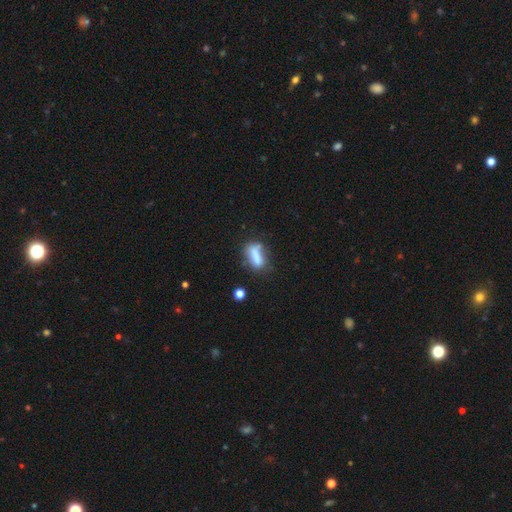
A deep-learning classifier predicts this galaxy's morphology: This is likely a smooth galaxy (71%). How rounded: likely in between (62%). Merging: possibly none (47%).